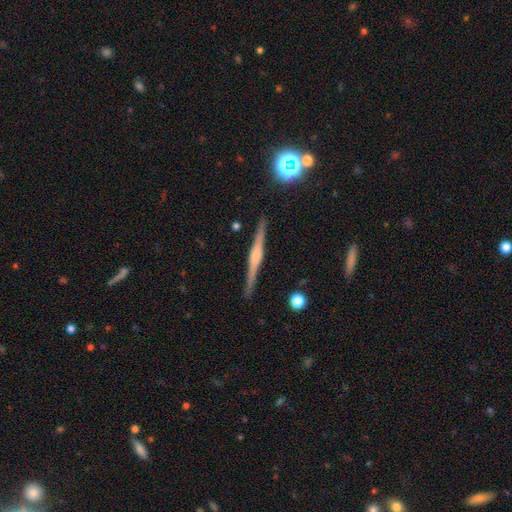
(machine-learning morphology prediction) This is likely a featured or disk galaxy (79%). It is clearly viewed edge-on (98%). Edge-on bulge: likely rounded (70%). Merging: clearly none (91%).